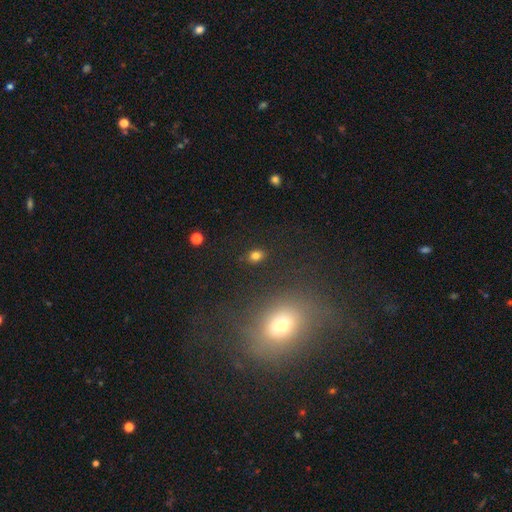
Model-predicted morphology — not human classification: type=smooth (79%); roundness=in between (62%); merging=none (87%).